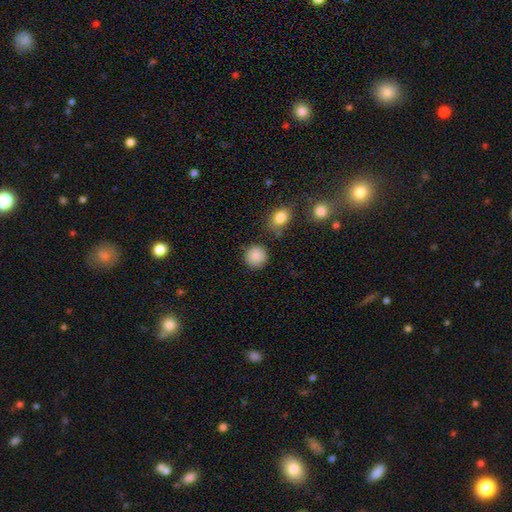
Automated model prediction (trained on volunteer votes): Smooth or featured?
  - smooth: 88% *
  - star or artifact: 8%
  - featured or disk: 4%
How rounded?
  - round: 92% *
  - in between: 7%
  - cigar-shaped: 1%
Merging?
  - none: 84% *
  - minor disturbance: 9%
  - merger: 4%
  - major disturbance: 3%